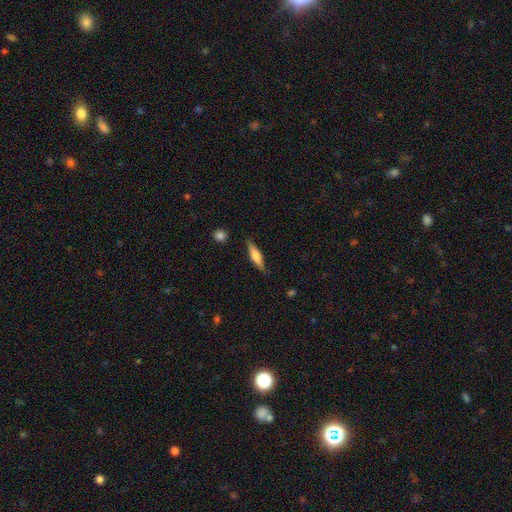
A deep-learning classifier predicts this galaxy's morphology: This appears to be a smooth galaxy with no disk features (53%) that is cigar-shaped (73%). Merging: none (84%).